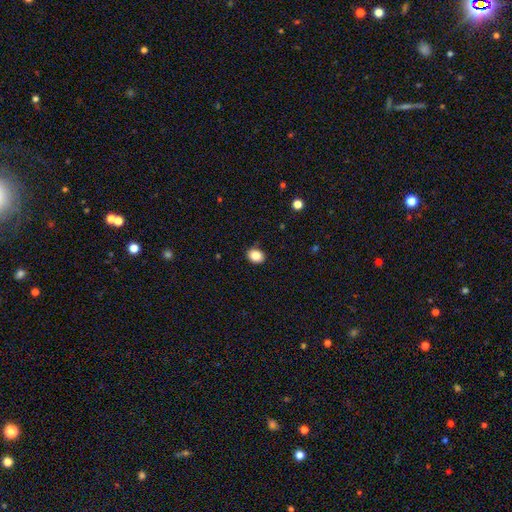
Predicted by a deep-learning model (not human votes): smooth_or_featured: smooth (p=0.85) [alt: star or artifact p=0.10]
how_rounded: round (p=0.51) [alt: in between p=0.48]
merging: none (p=0.88) [alt: minor disturbance p=0.09]